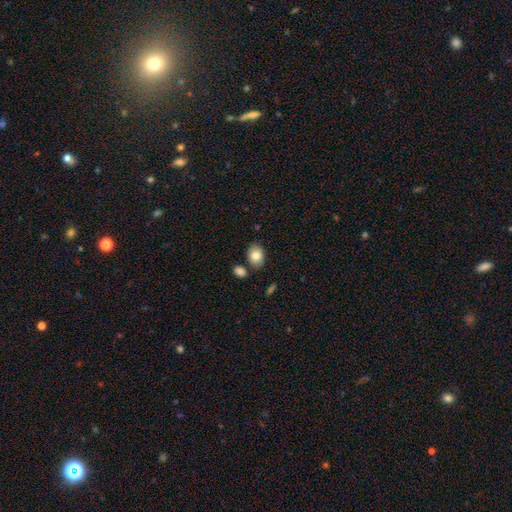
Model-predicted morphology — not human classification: Q: Smooth or featured?
A: smooth (83%); runner-up: featured or disk (9%)
Q: How rounded?
A: in between (74%); runner-up: round (25%)
Q: Merging?
A: none (78%); runner-up: minor disturbance (12%)